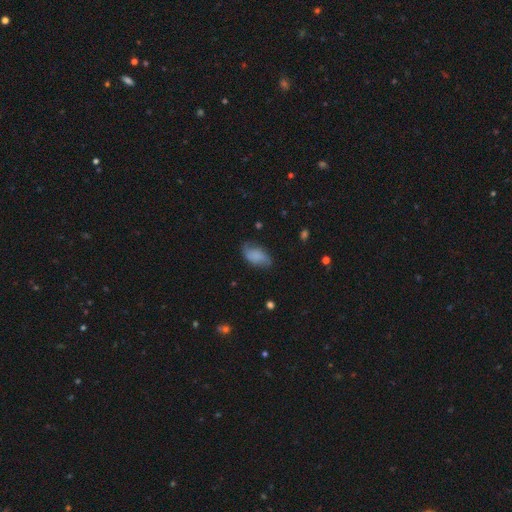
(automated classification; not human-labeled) Morphology: type=smooth (69%); roundness=in between (92%); merging=none (65%).